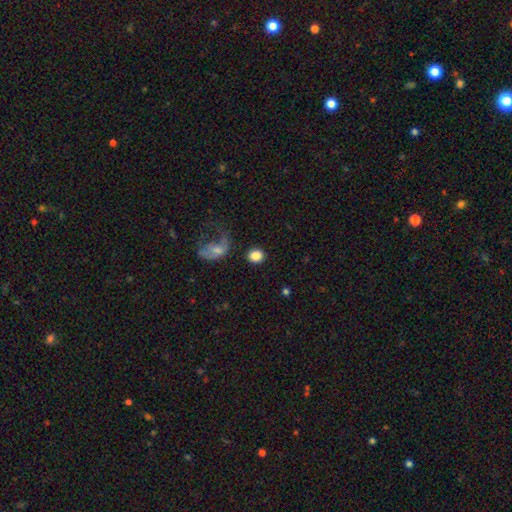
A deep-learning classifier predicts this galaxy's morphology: Smooth or featured? smooth (84%)
How rounded? round (75%)
Merging? none (82%)